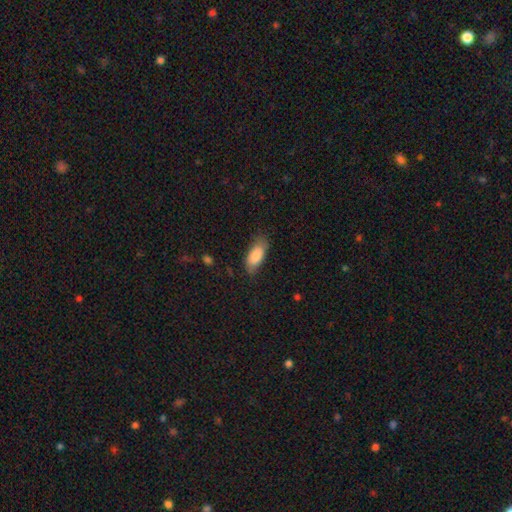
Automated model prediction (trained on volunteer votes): This is clearly a smooth galaxy (83%). How rounded: clearly in between (85%). Merging: likely none (72%).